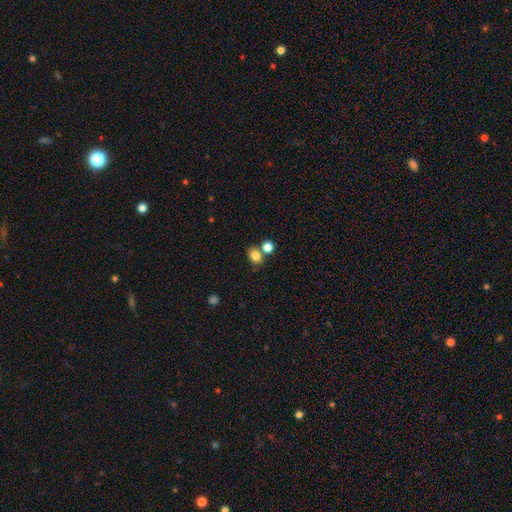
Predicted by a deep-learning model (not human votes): Smooth or featured? smooth (81%)
How rounded? in between (60%)
Merging? none (62%)